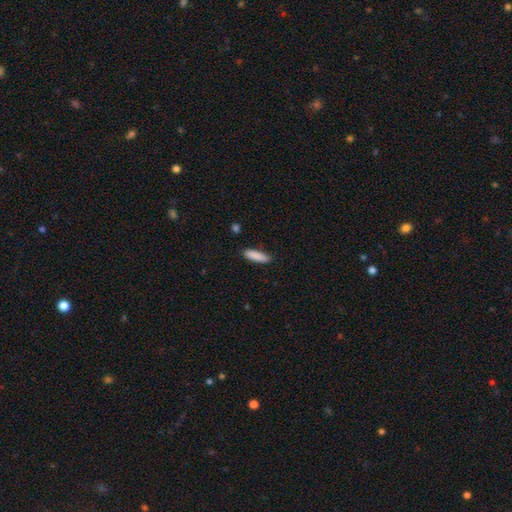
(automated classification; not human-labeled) This is clearly a smooth galaxy (89%). How rounded: likely cigar-shaped (66%). Merging: clearly none (86%).